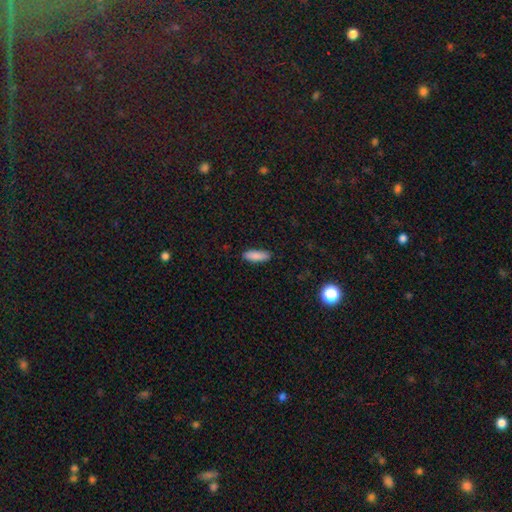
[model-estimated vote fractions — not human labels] A smooth galaxy with no disk features (88%) that is in between round and cigar-shaped (54%).

Vote fractions:
- Smooth or featured? smooth: 88% / star or artifact: 7% / featured or disk: 5%
- How rounded? in between: 54% / cigar-shaped: 45% / round: 2%
- Merging? none: 86% / minor disturbance: 10% / major disturbance: 2% / merger: 1%